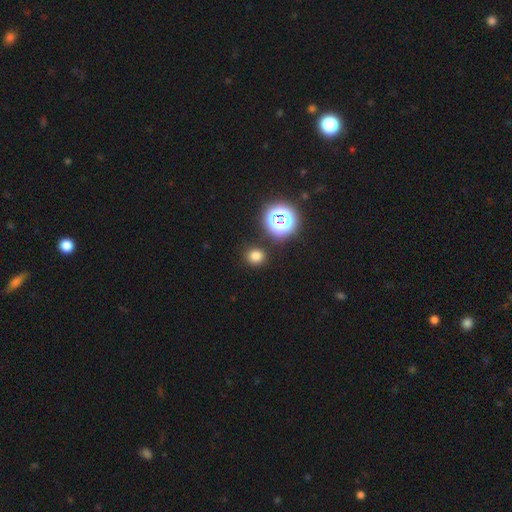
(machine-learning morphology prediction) This is likely a smooth galaxy (75%). How rounded: clearly round (83%). Merging: clearly none (88%).